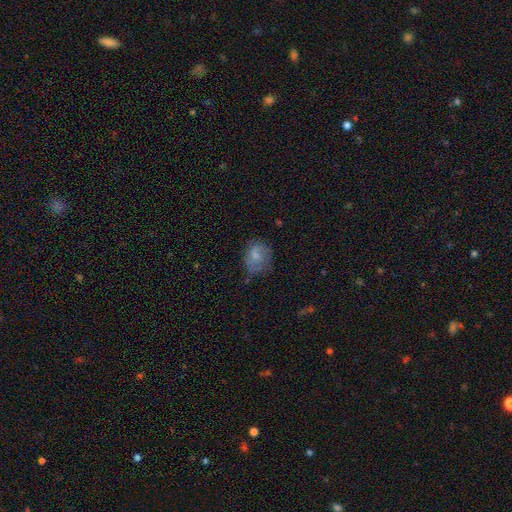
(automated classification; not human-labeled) A smooth galaxy with no disk features (63%) that is round (59%). Merging: none (52%).